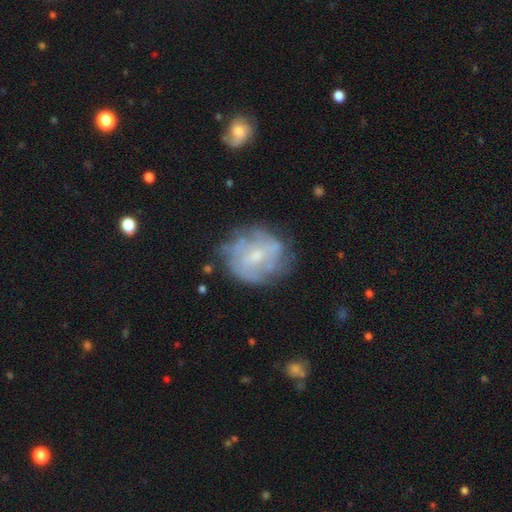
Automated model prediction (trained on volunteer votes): smooth-or-featured: featured or disk: 62% | smooth: 30% | star or artifact: 8%
  disk-edge-on: no: 97% | yes: 3%
    bar: no: 49% | weak: 42% | strong: 9%
    has-spiral-arms: yes: 57% | no: 43%
    bulge-size: small: 55% | moderate: 35% | none: 7% | large: 2% | dominant: 1%
  merging: none: 65% | minor disturbance: 22% | major disturbance: 11% | merger: 3%